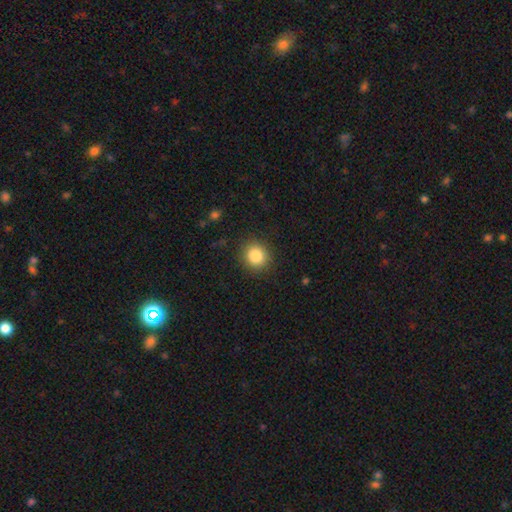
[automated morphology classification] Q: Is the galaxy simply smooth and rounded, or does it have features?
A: smooth — 85%.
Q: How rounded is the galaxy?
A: round — 88%.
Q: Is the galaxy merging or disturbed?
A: none — 89%.